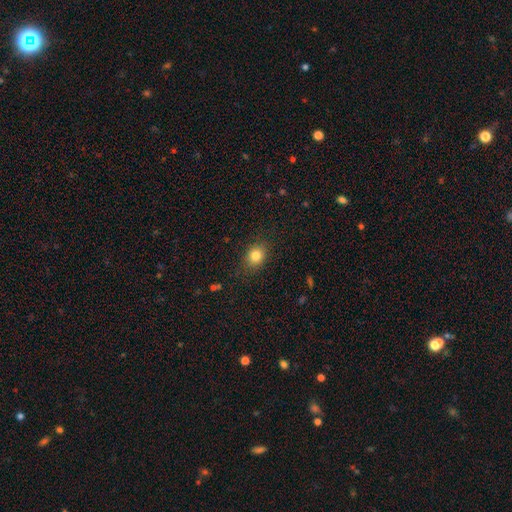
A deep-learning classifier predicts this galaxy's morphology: A smooth galaxy with no disk features (82%) that is round (57%).

Vote fractions:
- Smooth or featured? smooth: 82% / star or artifact: 11% / featured or disk: 7%
- How rounded? round: 57% / in between: 42% / cigar-shaped: 1%
- Merging? none: 84% / minor disturbance: 11% / major disturbance: 3% / merger: 1%